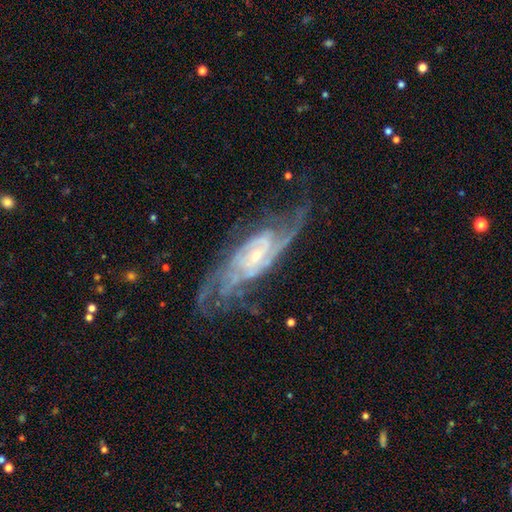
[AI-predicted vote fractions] Smooth or featured: featured or disk — 89% (star or artifact — 6%)
Edge-on disk: no — 91% (yes — 9%)
Bar: no — 51% (weak — 36%)
Spiral arms: yes — 96% (no — 4%)
Spiral winding: tight — 45% (medium — 40%)
Spiral arm count: 2 — 31% (can't tell — 28%)
Bulge size: small — 70% (moderate — 25%)
Merging: none — 61% (minor disturbance — 19%)